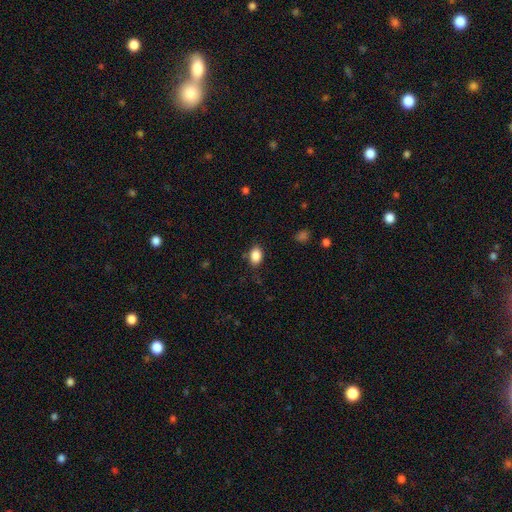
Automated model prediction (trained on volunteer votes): The model was most divided on "how rounded": in between: 80%, round: 19%, cigar-shaped: 1%. More confident: smooth or featured — smooth (87%); merging — none (82%).